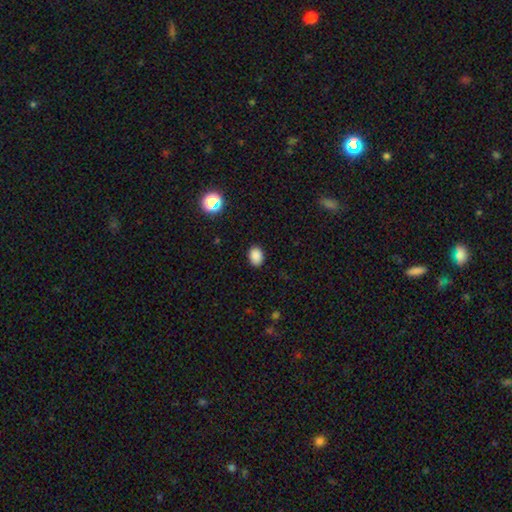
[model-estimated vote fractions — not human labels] The model was most divided on "how rounded": in between: 69%, round: 30%, cigar-shaped: 1%. More confident: merging — none (87%); smooth or featured — smooth (86%).